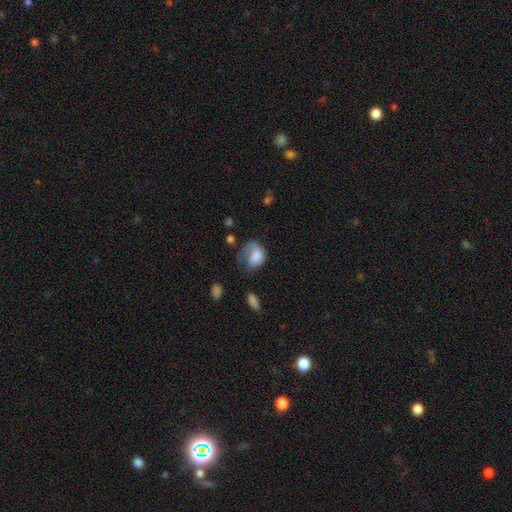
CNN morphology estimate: Smooth or featured? Predicted: smooth (p=0.61). How rounded? Predicted: in between (p=0.63). Merging? Predicted: major disturbance (p=0.48).